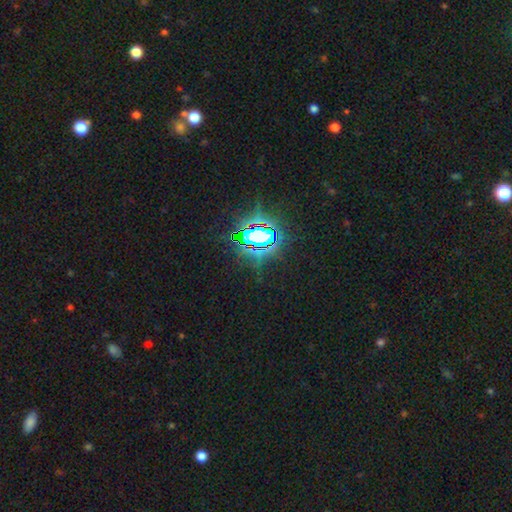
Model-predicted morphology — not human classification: Smooth or featured?
  - star or artifact: 84% *
  - smooth: 9%
  - featured or disk: 7%